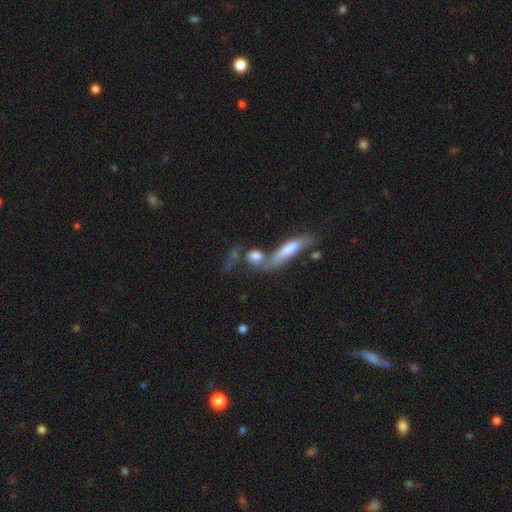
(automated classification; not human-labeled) smooth 68%, featured or disk 22%, star or artifact 10%. Down the decision tree: how rounded — in between (46%); merging — merger (45%).